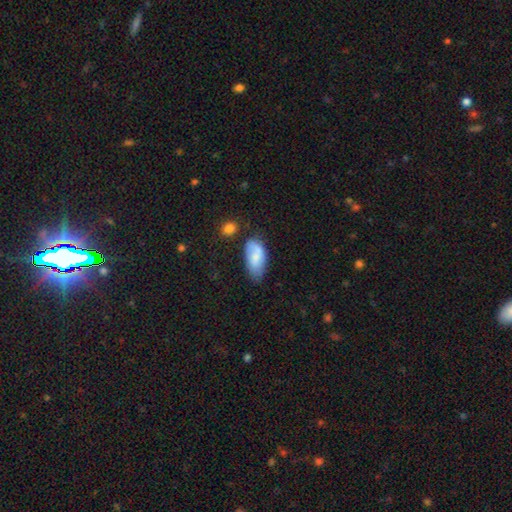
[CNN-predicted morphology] A smooth galaxy with no disk features (72%) that is in between round and cigar-shaped (92%).

Vote fractions:
- Smooth or featured? smooth: 72% / featured or disk: 20% / star or artifact: 8%
- How rounded? in between: 92% / cigar-shaped: 5% / round: 3%
- Merging? none: 48% / minor disturbance: 34% / major disturbance: 11% / merger: 7%